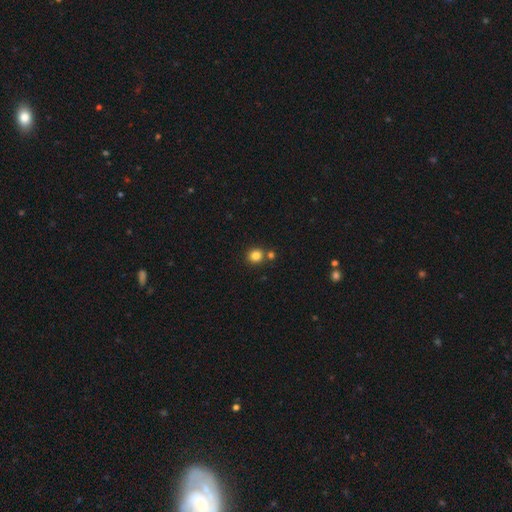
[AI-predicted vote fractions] This appears to be a smooth galaxy with no disk features (83%) that is round (89%). Merging: none (74%).